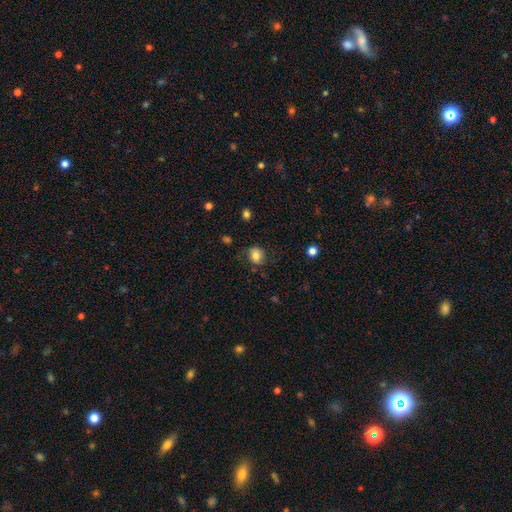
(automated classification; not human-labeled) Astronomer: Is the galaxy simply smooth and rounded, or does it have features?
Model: smooth — 77%.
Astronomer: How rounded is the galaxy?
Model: round — 65%.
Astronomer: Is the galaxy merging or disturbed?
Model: none — 72%.